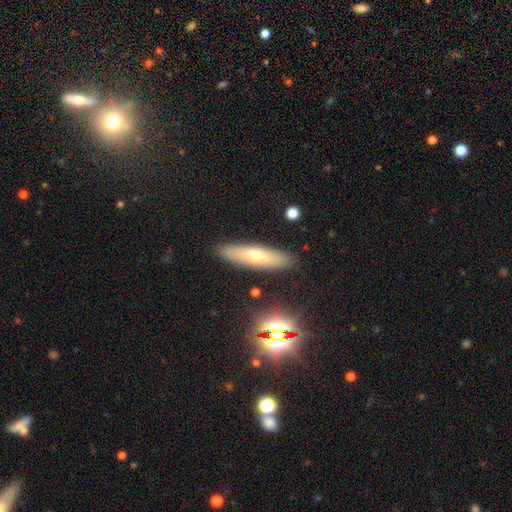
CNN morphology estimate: Smooth or featured? Predicted: smooth (p=0.58). How rounded? Predicted: cigar-shaped (p=0.72). Merging? Predicted: none (p=0.88).